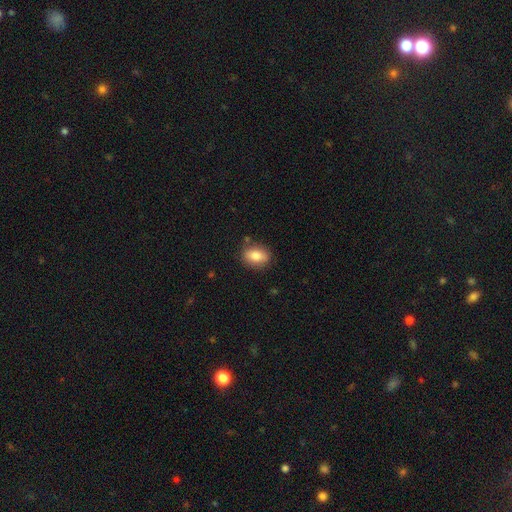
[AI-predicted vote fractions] The model was most divided on "how rounded": in between: 72%, round: 26%, cigar-shaped: 2%. More confident: smooth or featured — smooth (82%); merging — none (81%).